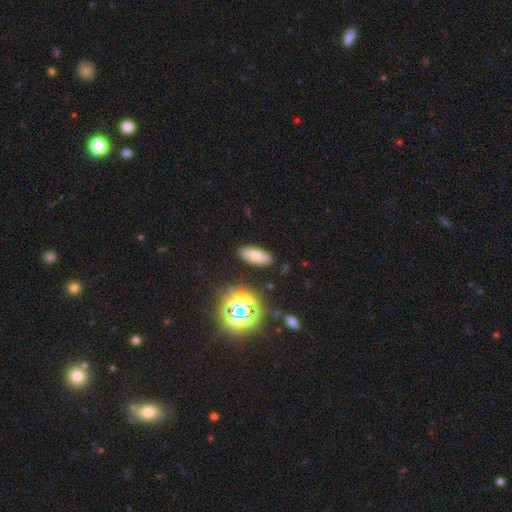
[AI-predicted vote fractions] This appears to be a smooth galaxy with no disk features (68%) that is in between round and cigar-shaped (79%). Merging: none (88%).